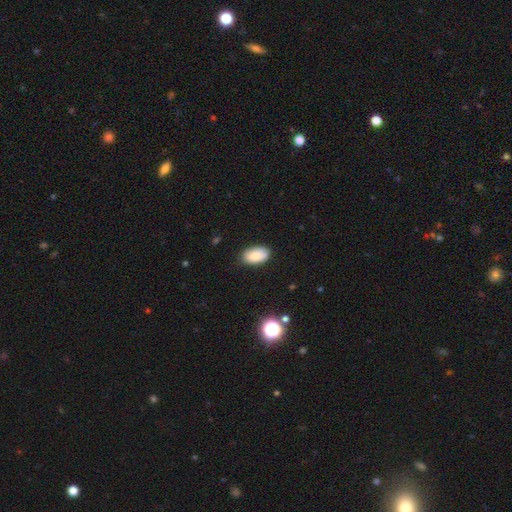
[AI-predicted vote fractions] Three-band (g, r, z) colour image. It shows a smooth galaxy with no disk features (82%) that is in between round and cigar-shaped (94%). Merging: none (84%).